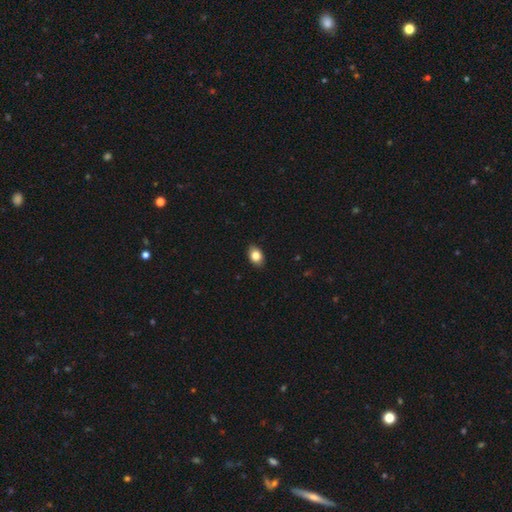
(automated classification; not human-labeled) A smooth galaxy with no disk features (84%) that is in between round and cigar-shaped (80%). Merging: none (88%).